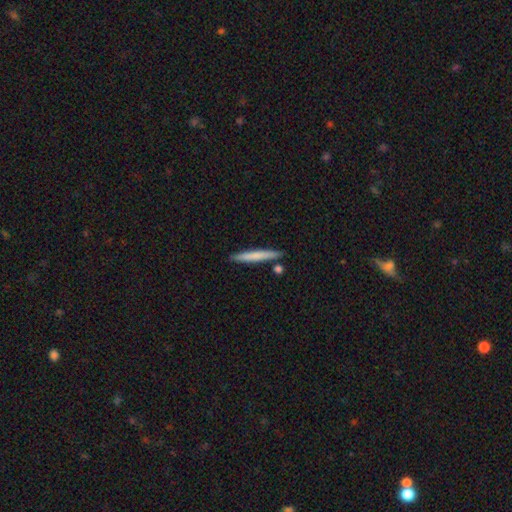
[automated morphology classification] Smooth or featured: smooth — 67% (featured or disk — 27%)
How rounded: cigar-shaped — 96% (in between — 3%)
Merging: none — 85% (minor disturbance — 9%)